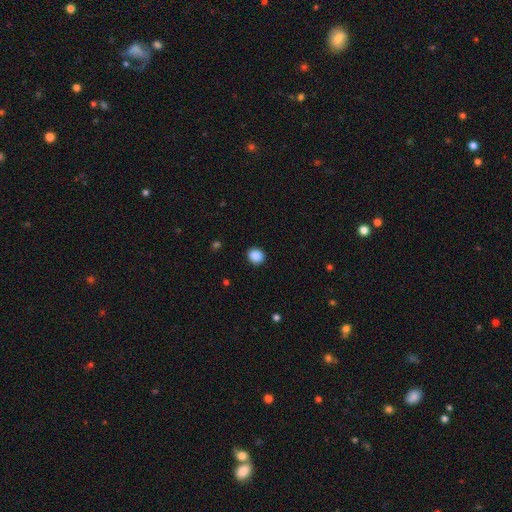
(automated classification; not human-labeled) smooth-or-featured: smooth: 88% | star or artifact: 9% | featured or disk: 3%
  how-rounded: round: 76% | in between: 23% | cigar-shaped: 1%
  merging: none: 90% | minor disturbance: 7% | major disturbance: 2% | merger: 1%